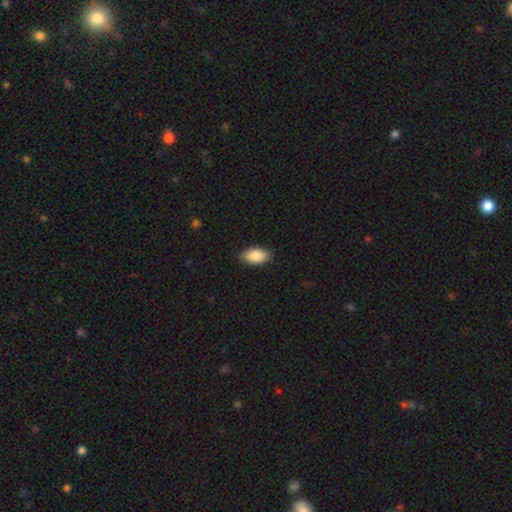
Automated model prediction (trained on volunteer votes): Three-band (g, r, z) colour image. It shows a smooth galaxy with no disk features (89%) that is in between round and cigar-shaped (94%). Merging: none (85%).